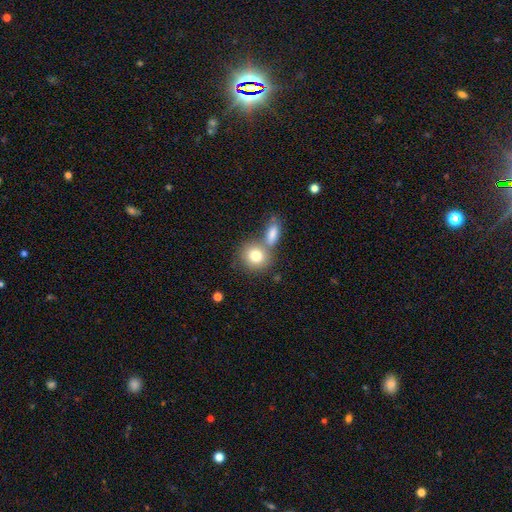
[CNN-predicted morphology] Overall: smooth (79%). How rounded: round (78%). Merging: none (50%; merger 37%).